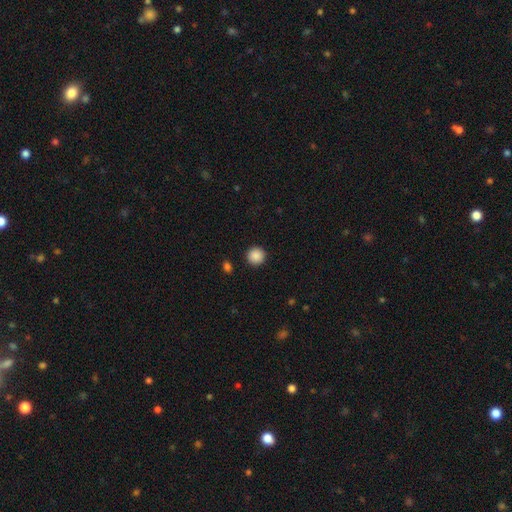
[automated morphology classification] The model was most divided on "smooth or featured": smooth: 88%, star or artifact: 9%, featured or disk: 3%. More confident: how rounded — round (95%); merging — none (92%).